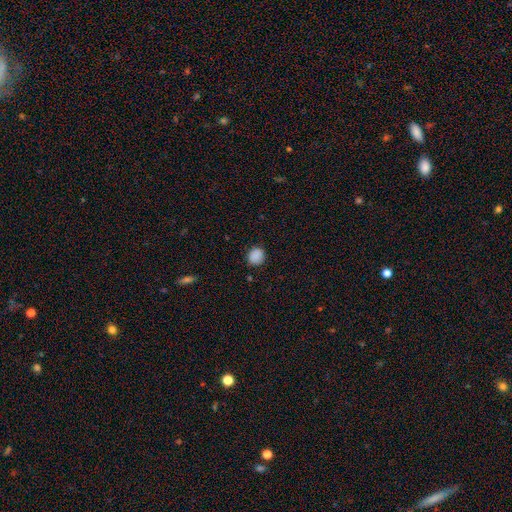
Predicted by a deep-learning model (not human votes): A smooth galaxy with no disk features (88%) that is round (73%).

Vote fractions:
- Smooth or featured? smooth: 88% / star or artifact: 9% / featured or disk: 3%
- How rounded? round: 73% / in between: 26% / cigar-shaped: 1%
- Merging? none: 86% / minor disturbance: 10% / major disturbance: 2% / merger: 1%